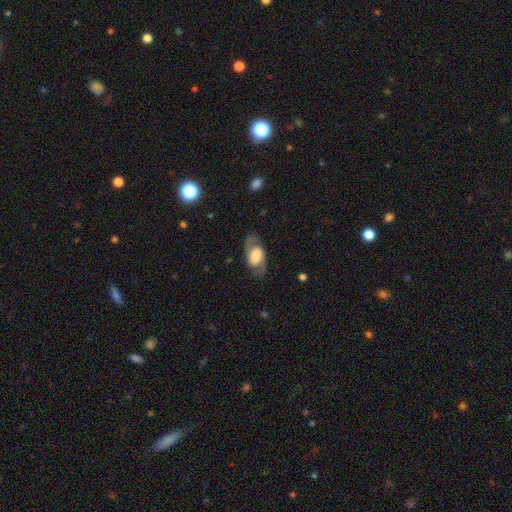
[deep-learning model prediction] A featured or disk galaxy (63%) with no bar (46%), spiral arms (82%) and a large central bulge (47%).

Vote fractions:
- Smooth or featured? featured or disk: 63% / smooth: 31% / star or artifact: 7%
- Edge-on disk? no: 92% / yes: 8%
- Bar? no: 46% / weak: 37% / strong: 17%
- Spiral arms? yes: 82% / no: 18%
- Bulge size? large: 47% / moderate: 26% / small: 11% / dominant: 9% / none: 6%
- Merging? none: 78% / minor disturbance: 13% / major disturbance: 7% / merger: 1%